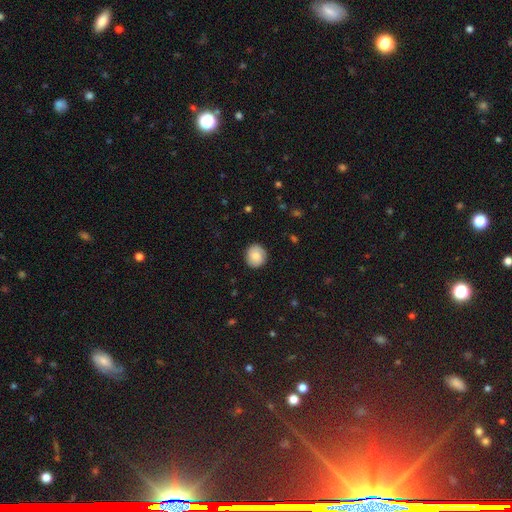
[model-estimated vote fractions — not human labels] A smooth galaxy with no disk features (82%) that is round (84%).

Vote fractions:
- Smooth or featured? smooth: 82% / featured or disk: 11% / star or artifact: 7%
- How rounded? round: 84% / in between: 15% / cigar-shaped: 1%
- Merging? none: 89% / minor disturbance: 8% / major disturbance: 2% / merger: 1%